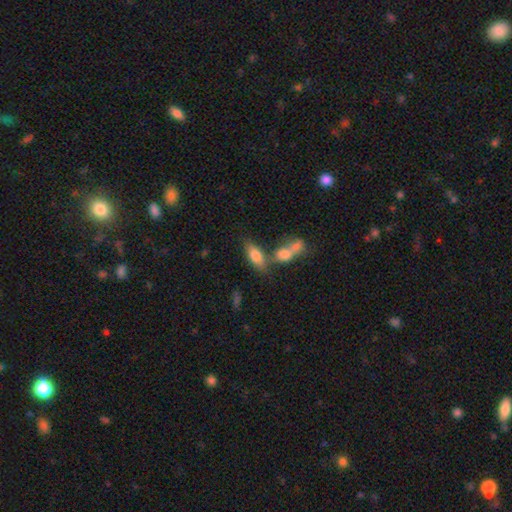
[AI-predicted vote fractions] The model was most divided on "merging": none: 48%, merger: 34%, minor disturbance: 12%, major disturbance: 6%. More confident: how rounded — in between (79%); smooth or featured — smooth (76%).